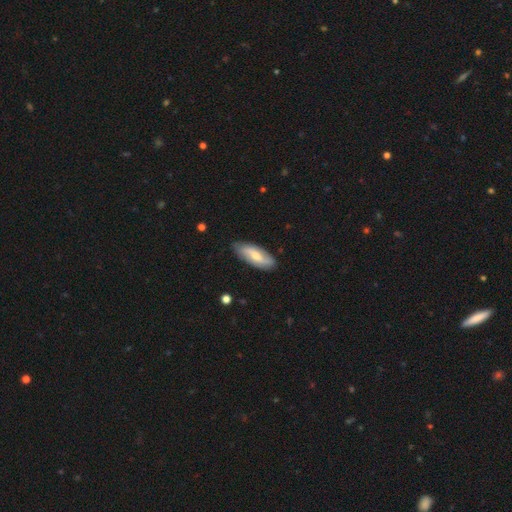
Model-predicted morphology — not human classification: Smooth or featured?
  - featured or disk: 54% *
  - smooth: 41%
  - star or artifact: 6%
Edge-on disk?
  - no: 85% *
  - yes: 15%
Merging?
  - none: 83% *
  - minor disturbance: 13%
  - major disturbance: 3%
  - merger: 1%